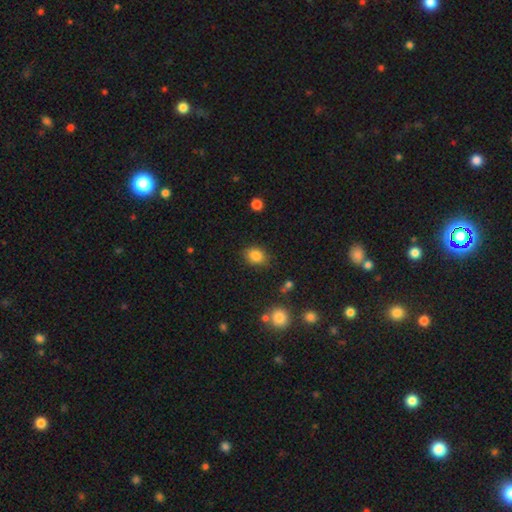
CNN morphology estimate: Smooth or featured?
  - smooth: 85% *
  - star or artifact: 10%
  - featured or disk: 5%
How rounded?
  - in between: 52% *
  - round: 47%
  - cigar-shaped: 1%
Merging?
  - none: 82% *
  - minor disturbance: 13%
  - major disturbance: 3%
  - merger: 2%